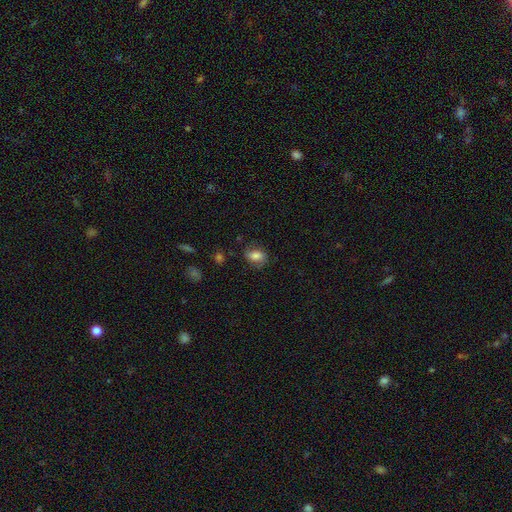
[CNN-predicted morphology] smooth_or_featured: smooth (p=0.76) [alt: featured or disk p=0.15]
how_rounded: in between (p=0.78) [alt: round p=0.20]
merging: none (p=0.72) [alt: minor disturbance p=0.20]